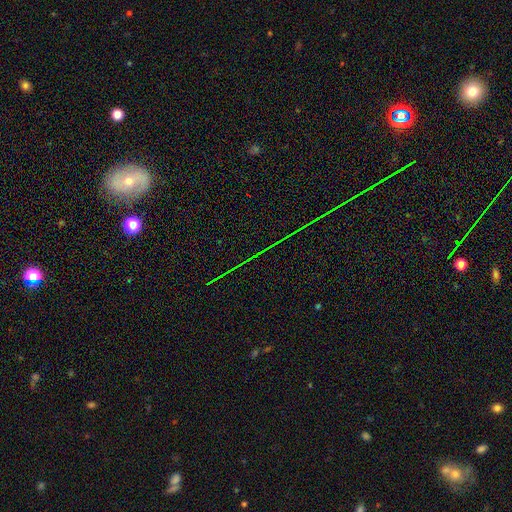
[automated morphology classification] Smooth or featured?
  - star or artifact: 82% *
  - featured or disk: 11%
  - smooth: 7%